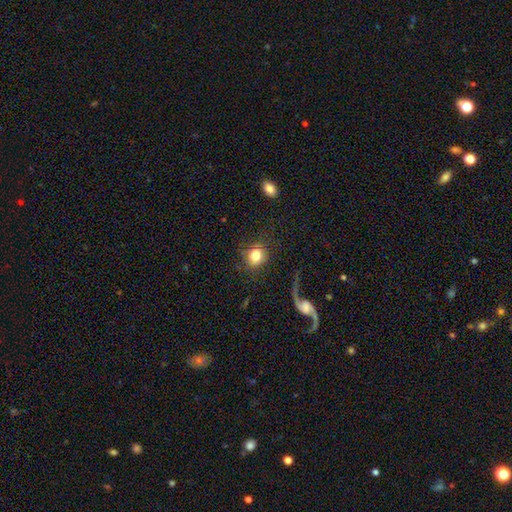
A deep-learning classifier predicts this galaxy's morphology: A smooth galaxy with no disk features (78%) that is round (76%).

Vote fractions:
- Smooth or featured? smooth: 78% / featured or disk: 13% / star or artifact: 9%
- How rounded? round: 76% / in between: 23% / cigar-shaped: 1%
- Merging? none: 78% / minor disturbance: 10% / major disturbance: 8% / merger: 3%